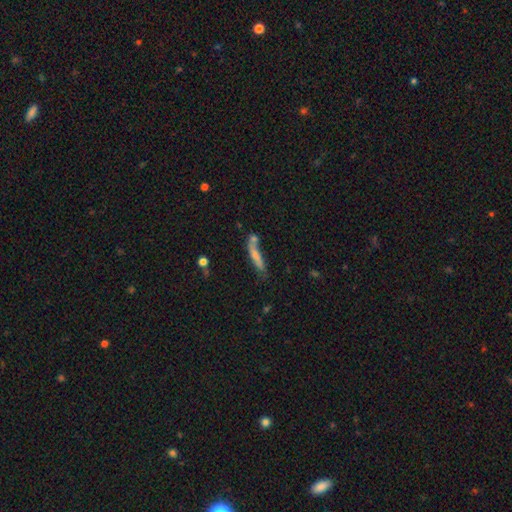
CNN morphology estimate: smooth-or-featured: smooth: 66% | featured or disk: 26% | star or artifact: 8%
  how-rounded: cigar-shaped: 84% | in between: 14% | round: 2%
  merging: none: 47% | merger: 24% | minor disturbance: 19% | major disturbance: 10%